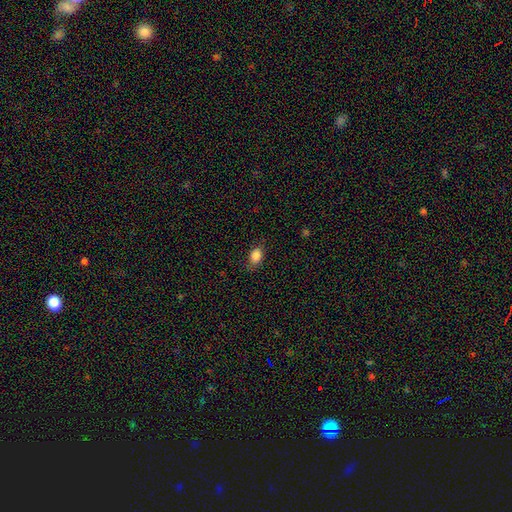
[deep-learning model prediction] The model was most divided on "merging": none: 80%, minor disturbance: 16%, major disturbance: 4%, merger: 1%. More confident: smooth or featured — smooth (86%); how rounded — in between (82%).